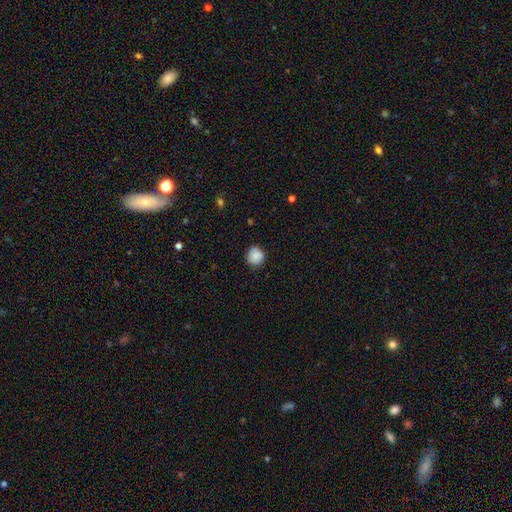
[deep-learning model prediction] This appears to be a smooth galaxy with no disk features (86%) that is round (87%). Merging: none (82%).